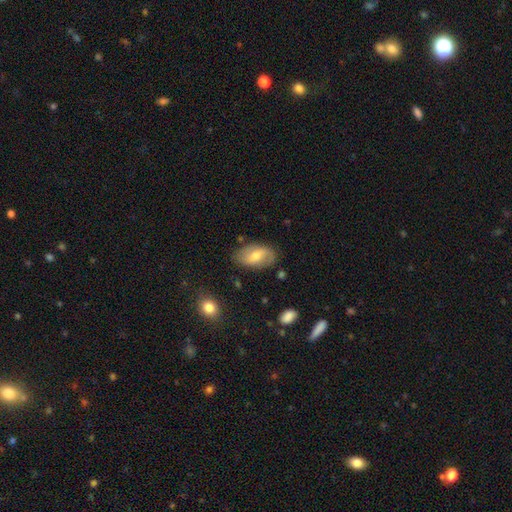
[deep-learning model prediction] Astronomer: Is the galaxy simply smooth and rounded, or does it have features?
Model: smooth — 52% (runner-up: featured or disk, 41%).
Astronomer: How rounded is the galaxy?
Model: in between — 92%.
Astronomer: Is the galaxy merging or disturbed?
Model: none — 75%.